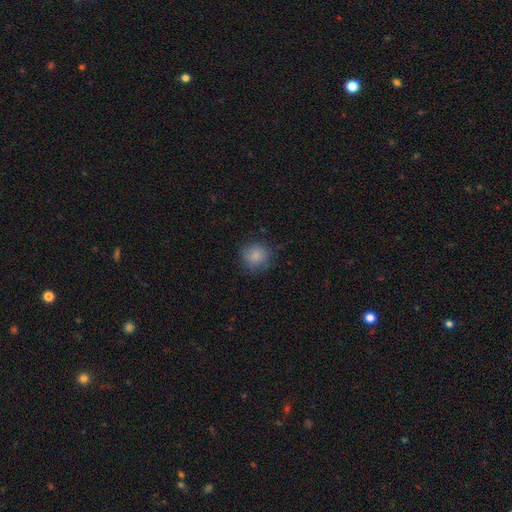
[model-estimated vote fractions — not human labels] Morphology: type=smooth (83%); roundness=round (89%); merging=none (76%).